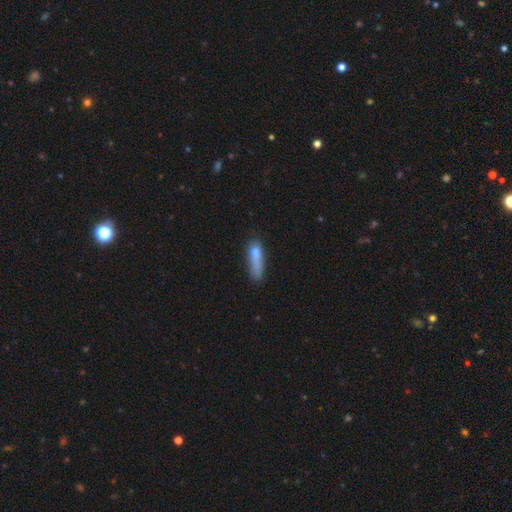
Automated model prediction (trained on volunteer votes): This appears to be a smooth galaxy with no disk features (75%) that is cigar-shaped (66%). Merging: none (44%).